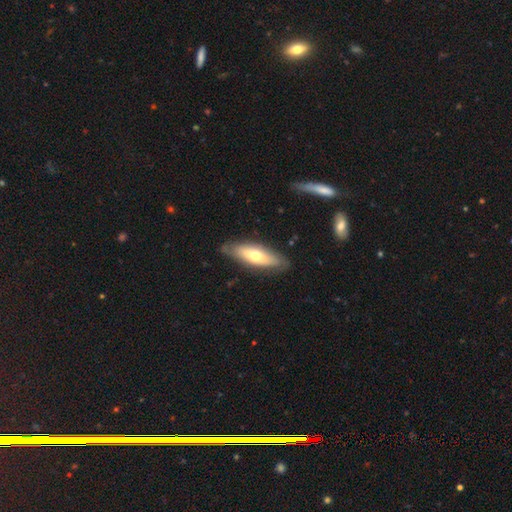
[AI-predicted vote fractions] The model was most divided on "how rounded": in between: 55%, cigar-shaped: 43%, round: 2%. More confident: merging — none (81%); smooth or featured — smooth (54%).